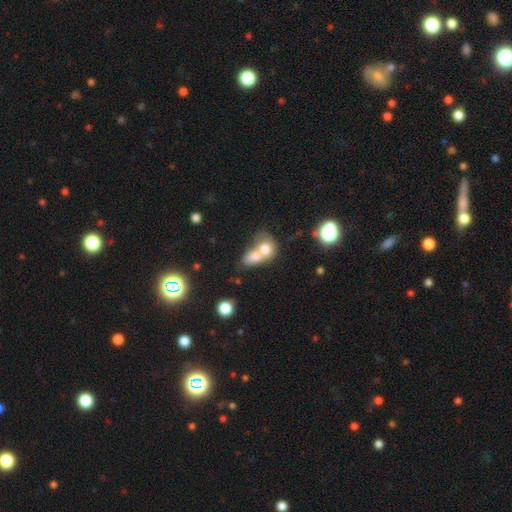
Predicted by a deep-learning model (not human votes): Overall: smooth (69%). How rounded: in between (53%; round 44%). Merging: merger (74%).